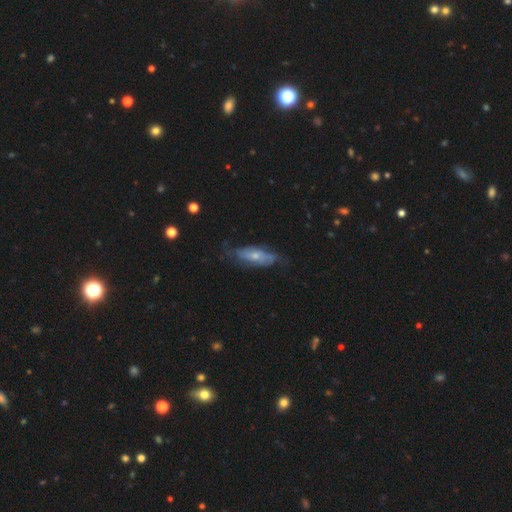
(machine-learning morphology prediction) A featured or disk galaxy (58%).

Vote fractions:
- Smooth or featured? featured or disk: 58% / smooth: 36% / star or artifact: 6%
- Edge-on disk? no: 79% / yes: 21%
- Merging? none: 59% / minor disturbance: 28% / major disturbance: 11% / merger: 2%